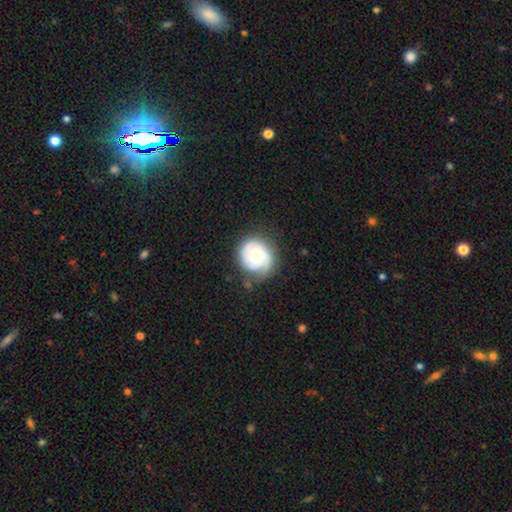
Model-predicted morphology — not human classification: smooth-or-featured: featured or disk: 66% | smooth: 28% | star or artifact: 6%
  disk-edge-on: no: 98% | yes: 2%
    bar: no: 75% | weak: 22% | strong: 4%
    has-spiral-arms: yes: 84% | no: 16%
      spiral-winding: tight: 61% | medium: 29% | loose: 10%
      spiral-arm-count: 2: 51% | 1: 21% | can't tell: 19% | 3: 6% | 4: 2% | more than 4: 2%
    bulge-size: moderate: 66% | small: 20% | large: 11% | none: 2% | dominant: 1%
  merging: none: 68% | minor disturbance: 22% | major disturbance: 8% | merger: 2%